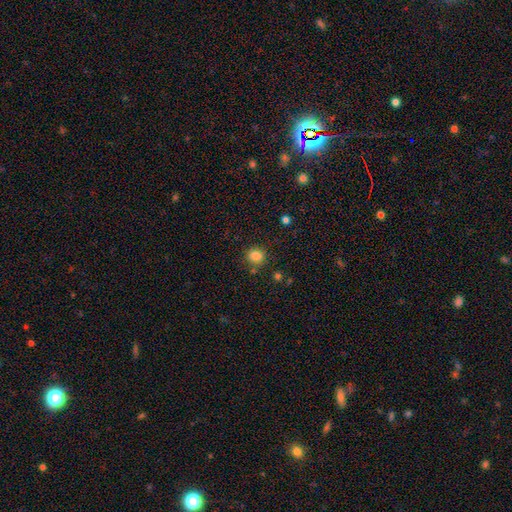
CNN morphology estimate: smooth_or_featured: smooth (p=0.84) [alt: star or artifact p=0.12]
how_rounded: round (p=0.78) [alt: in between p=0.21]
merging: none (p=0.81) [alt: minor disturbance p=0.10]